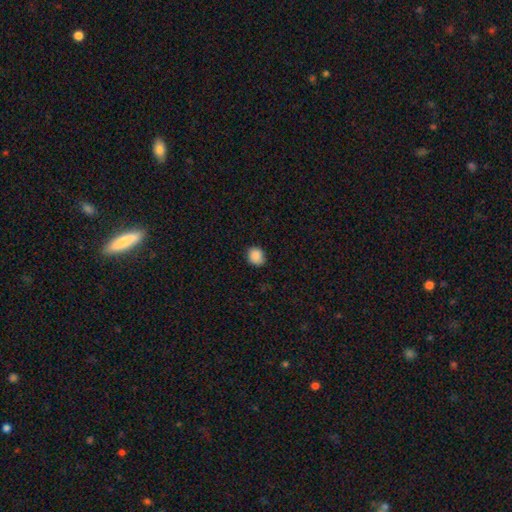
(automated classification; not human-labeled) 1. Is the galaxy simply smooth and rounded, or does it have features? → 88% smooth, 9% star or artifact, 3% featured or disk.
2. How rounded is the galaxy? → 71% round, 28% in between, 1% cigar-shaped.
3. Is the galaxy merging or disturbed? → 82% none, 15% minor disturbance, 3% major disturbance, 1% merger.